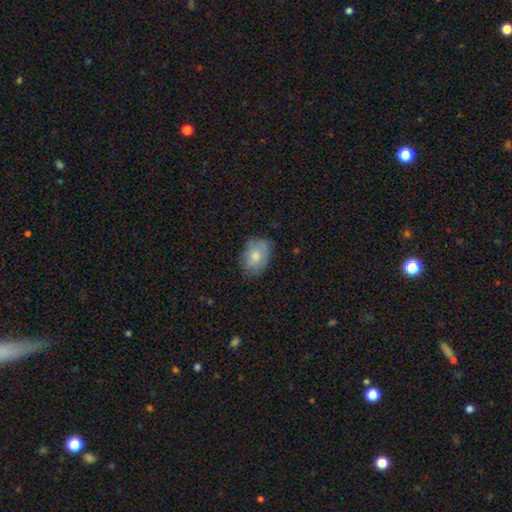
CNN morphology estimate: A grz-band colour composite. It shows a smooth galaxy with no disk features (76%) that is in between round and cigar-shaped (76%). Merging: none (71%).